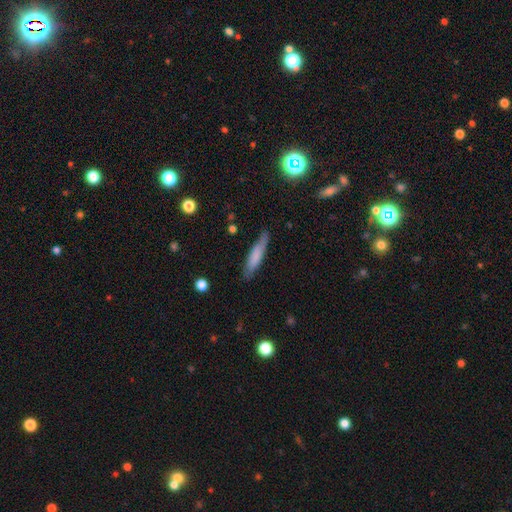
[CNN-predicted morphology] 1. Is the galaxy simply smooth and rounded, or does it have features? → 72% smooth, 21% featured or disk, 6% star or artifact.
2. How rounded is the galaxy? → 84% cigar-shaped, 14% in between, 1% round.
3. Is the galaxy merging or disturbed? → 81% none, 15% minor disturbance, 3% major disturbance, 1% merger.